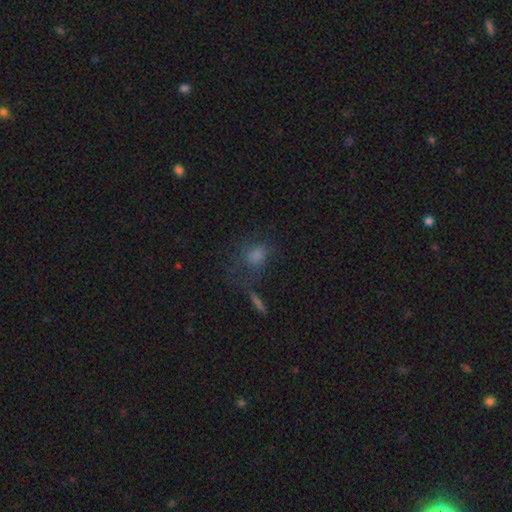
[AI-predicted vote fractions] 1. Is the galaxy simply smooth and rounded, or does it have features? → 61% smooth, 23% star or artifact, 16% featured or disk.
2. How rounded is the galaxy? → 53% in between, 43% round, 4% cigar-shaped.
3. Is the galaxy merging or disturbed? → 51% none, 21% major disturbance, 19% minor disturbance, 9% merger.